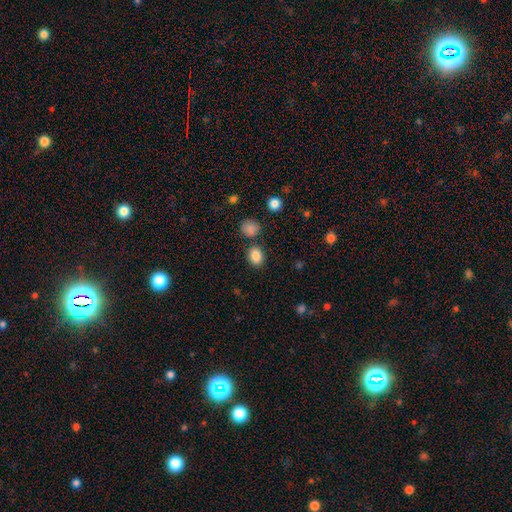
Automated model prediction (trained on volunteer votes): Overall: smooth (85%). How rounded: in between (55%; round 43%). Merging: none (80%).